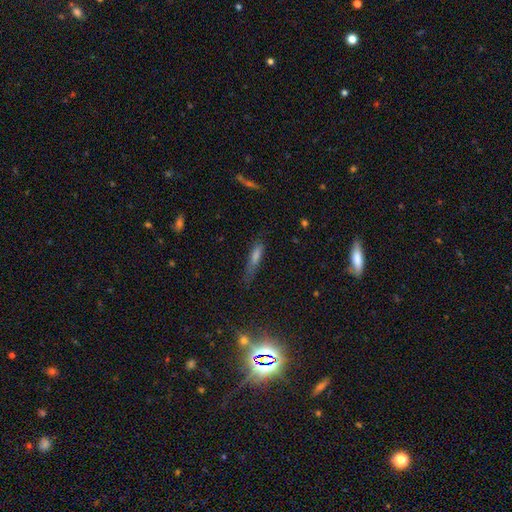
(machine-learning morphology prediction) smooth-or-featured: smooth: 53% | featured or disk: 24% | star or artifact: 22%
  how-rounded: cigar-shaped: 78% | in between: 19% | round: 3%
  merging: none: 56% | minor disturbance: 27% | major disturbance: 12% | merger: 4%